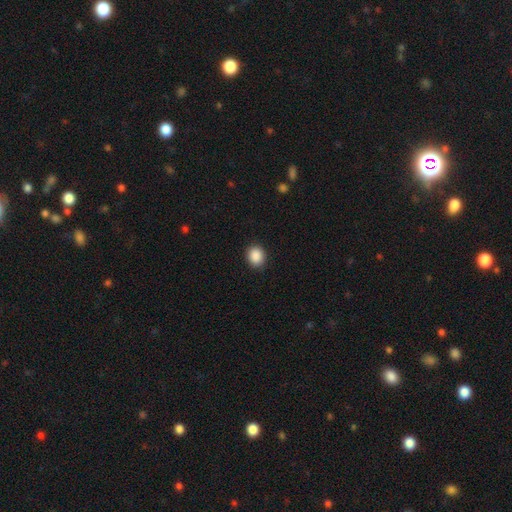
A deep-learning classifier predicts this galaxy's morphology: A smooth galaxy with no disk features (89%) that is round (65%). Merging: none (90%).